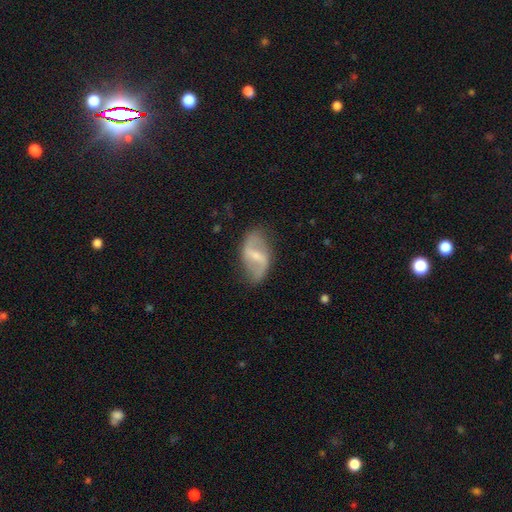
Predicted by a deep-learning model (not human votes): Q: Smooth or featured?
A: featured or disk (77%); runner-up: smooth (17%)
Q: Edge-on disk?
A: no (96%); runner-up: yes (4%)
Q: Bar?
A: weak (44%); runner-up: strong (43%)
Q: Spiral arms?
A: yes (84%); runner-up: no (16%)
Q: Spiral winding?
A: loose (63%); runner-up: medium (28%)
Q: Spiral arm count?
A: 2 (89%); runner-up: can't tell (6%)
Q: Bulge size?
A: small (52%); runner-up: moderate (34%)
Q: Merging?
A: none (75%); runner-up: minor disturbance (17%)